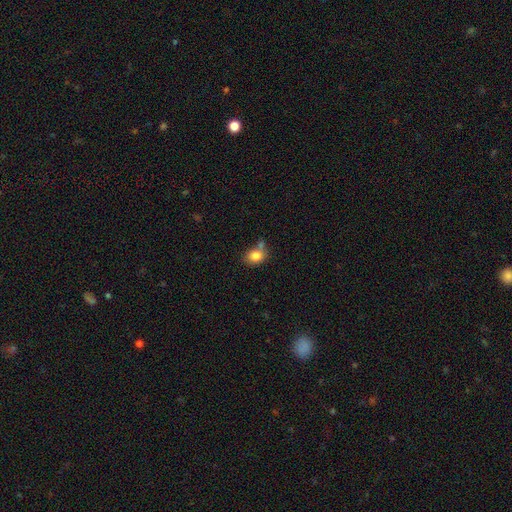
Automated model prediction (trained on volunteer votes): This is clearly a smooth galaxy (83%). How rounded: possibly in between (51%). Merging: possibly none (57%).